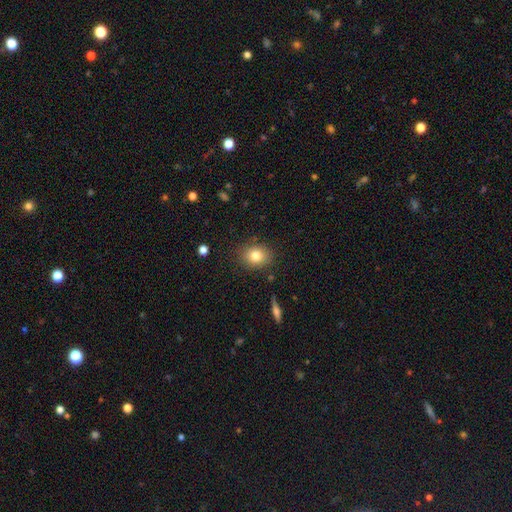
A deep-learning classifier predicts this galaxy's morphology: Smooth or featured: smooth — 80% (featured or disk — 10%)
How rounded: round — 51% (in between — 48%)
Merging: none — 85% (minor disturbance — 10%)